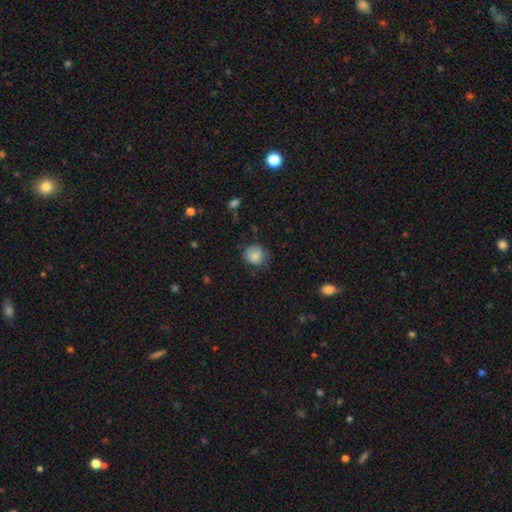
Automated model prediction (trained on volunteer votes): A smooth galaxy with no disk features (84%) that is round (77%). Merging: none (67%).